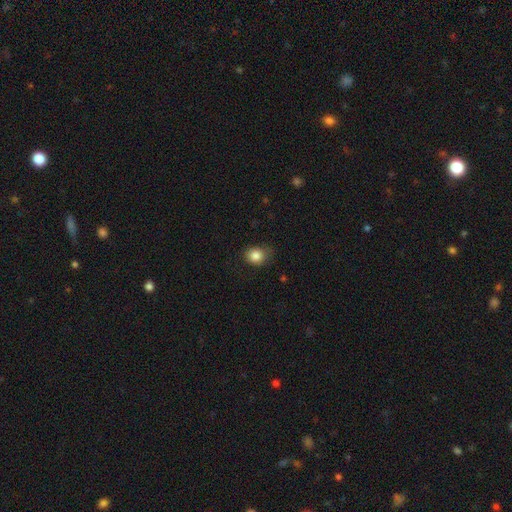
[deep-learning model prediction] This appears to be a smooth galaxy with no disk features (84%) that is round (61%). Merging: none (72%).